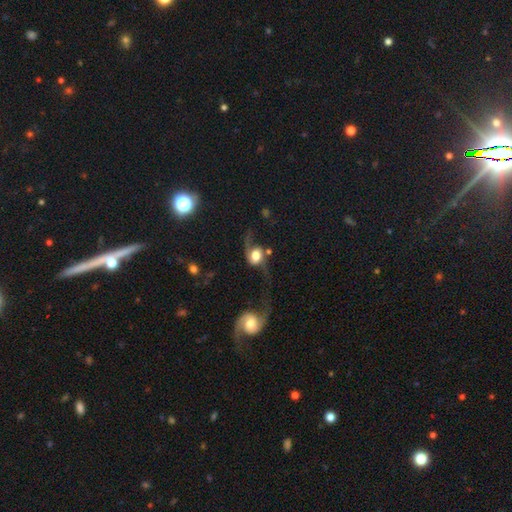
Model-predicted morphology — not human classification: Q: Smooth or featured?
A: featured or disk (62%); runner-up: smooth (29%)
Q: Edge-on disk?
A: no (93%); runner-up: yes (7%)
Q: Bar?
A: no (66%); runner-up: weak (26%)
Q: Spiral arms?
A: yes (89%); runner-up: no (11%)
Q: Spiral winding?
A: loose (86%); runner-up: medium (11%)
Q: Spiral arm count?
A: 2 (85%); runner-up: 1 (10%)
Q: Bulge size?
A: large (46%); runner-up: moderate (28%)
Q: Merging?
A: none (43%); runner-up: major disturbance (30%)